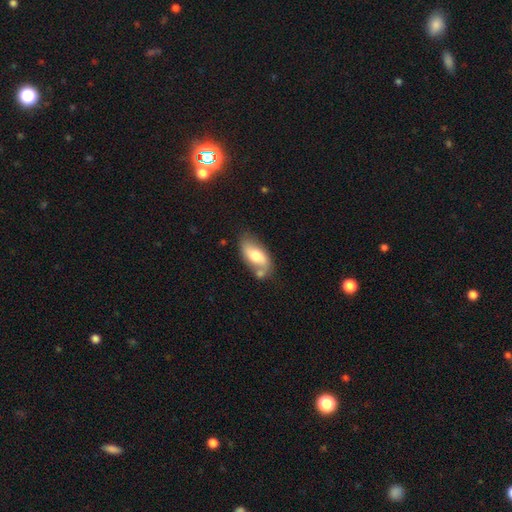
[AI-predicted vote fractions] Smooth or featured? smooth (58%)
How rounded? in between (89%)
Merging? none (56%)